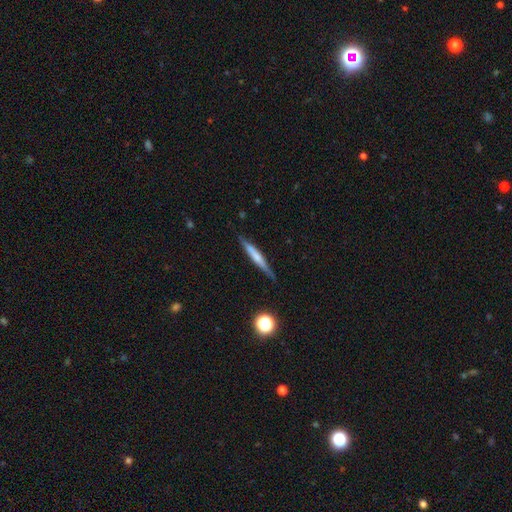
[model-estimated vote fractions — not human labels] Smooth or featured? featured or disk (48%)
Merging? none (84%)